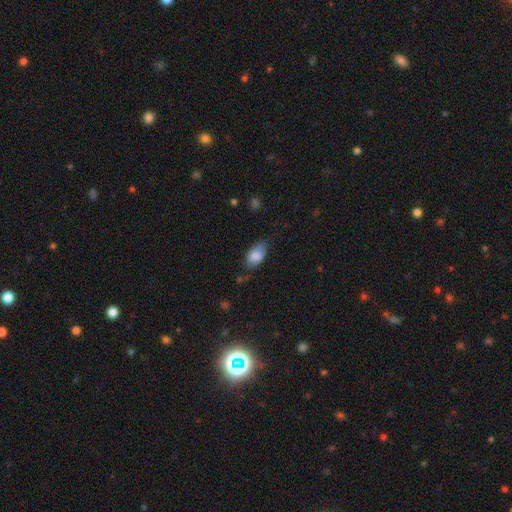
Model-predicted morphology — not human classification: This appears to be a smooth galaxy with no disk features (82%) that is in between round and cigar-shaped (92%). Merging: none (64%).